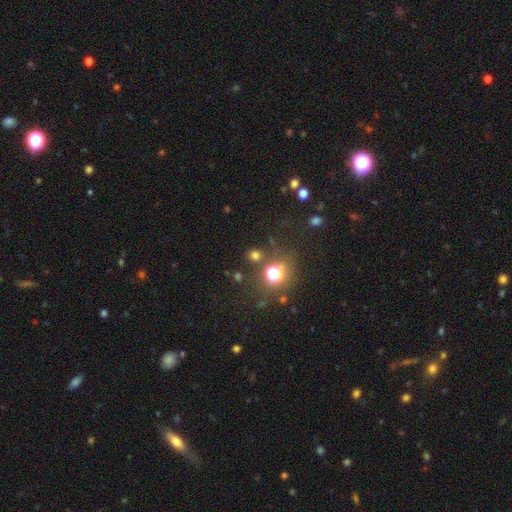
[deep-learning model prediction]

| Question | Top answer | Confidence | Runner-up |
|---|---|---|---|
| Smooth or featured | smooth | 62% | star or artifact (31%) |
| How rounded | round | 86% | in between (13%) |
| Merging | none | 78% | merger (9%) |